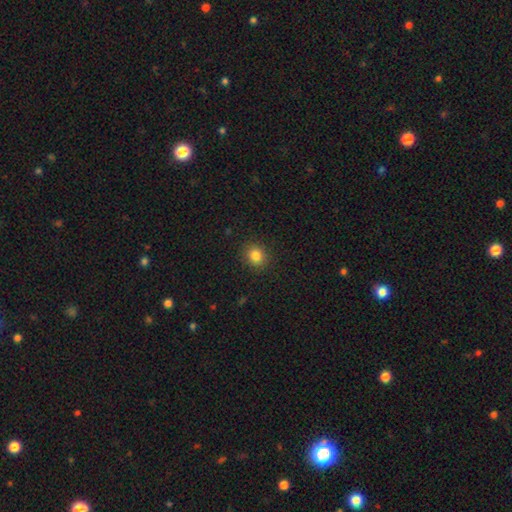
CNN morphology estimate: smooth-or-featured: smooth: 83% | star or artifact: 12% | featured or disk: 5%
  how-rounded: round: 81% | in between: 18% | cigar-shaped: 1%
  merging: none: 90% | minor disturbance: 7% | major disturbance: 2% | merger: 1%